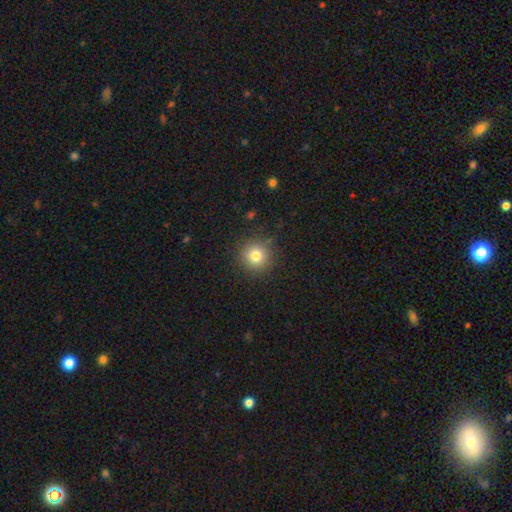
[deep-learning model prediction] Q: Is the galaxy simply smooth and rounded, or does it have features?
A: smooth — 79%.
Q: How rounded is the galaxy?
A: round — 95%.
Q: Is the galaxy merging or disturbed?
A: none — 89%.